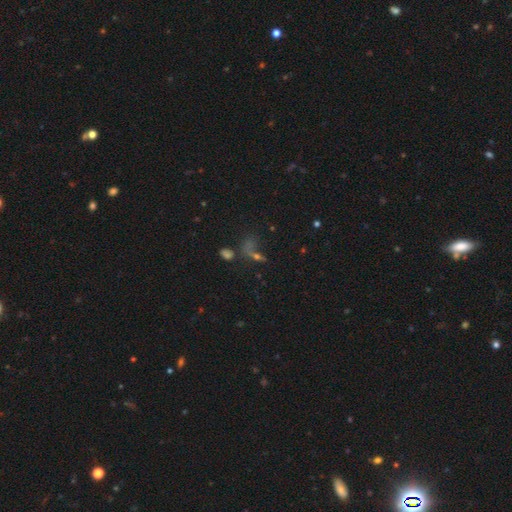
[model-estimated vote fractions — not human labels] Q: Smooth or featured?
A: smooth (39%); tied with: star or artifact (39%)
Q: Merging?
A: none (36%); runner-up: merger (29%)